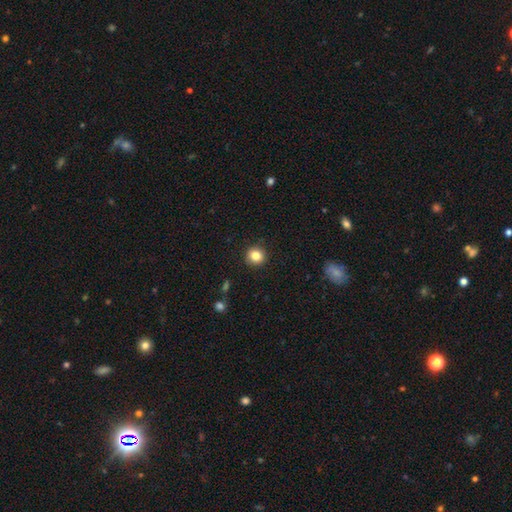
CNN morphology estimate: type=smooth (84%); roundness=round (91%); merging=none (91%).